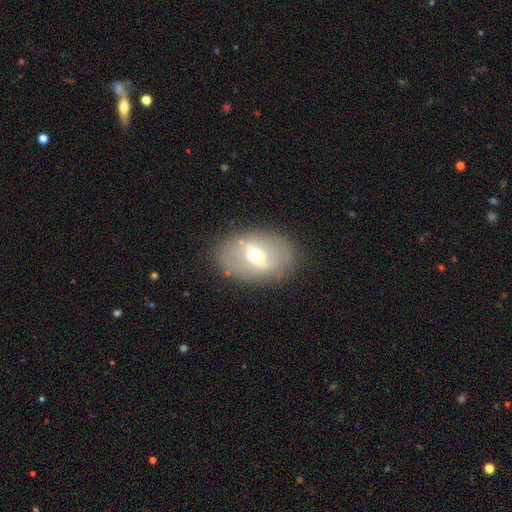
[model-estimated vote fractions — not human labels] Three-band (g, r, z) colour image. It shows a featured or disk galaxy (50%). Merging: none (81%).